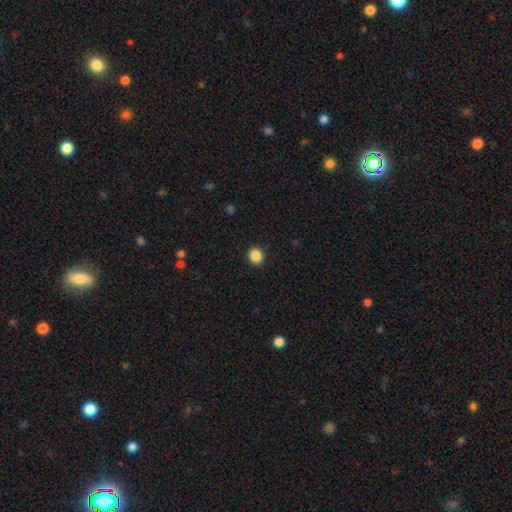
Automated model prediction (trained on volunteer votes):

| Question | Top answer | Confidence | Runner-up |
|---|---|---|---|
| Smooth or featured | smooth | 87% | star or artifact (10%) |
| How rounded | round | 76% | in between (23%) |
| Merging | none | 91% | minor disturbance (6%) |